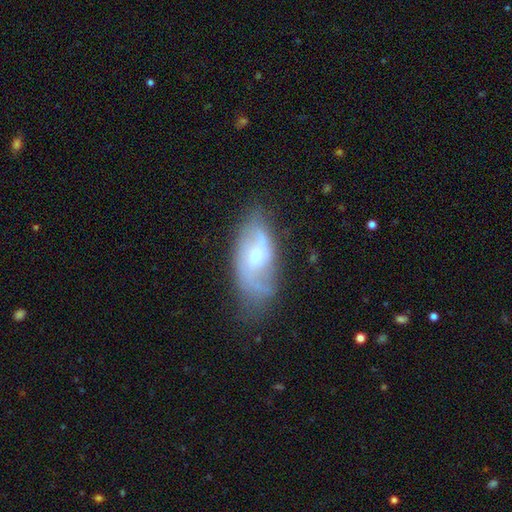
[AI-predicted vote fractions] Smooth or featured?
  - featured or disk: 64% *
  - smooth: 29%
  - star or artifact: 7%
Edge-on disk?
  - no: 91% *
  - yes: 9%
Bar?
  - no: 50% *
  - weak: 43%
  - strong: 7%
Spiral arms?
  - yes: 82% *
  - no: 18%
Bulge size?
  - moderate: 50% *
  - small: 37%
  - large: 7%
  - none: 4%
  - dominant: 1%
Merging?
  - none: 57% *
  - minor disturbance: 27%
  - major disturbance: 13%
  - merger: 3%